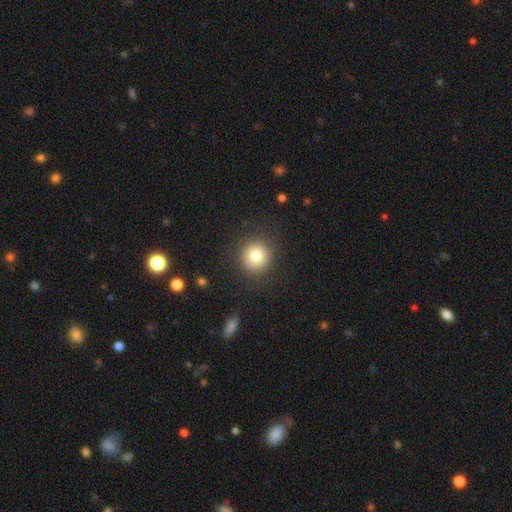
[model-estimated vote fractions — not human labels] The model was most divided on "smooth or featured": smooth: 79%, star or artifact: 11%, featured or disk: 10%. More confident: how rounded — round (94%); merging — none (89%).